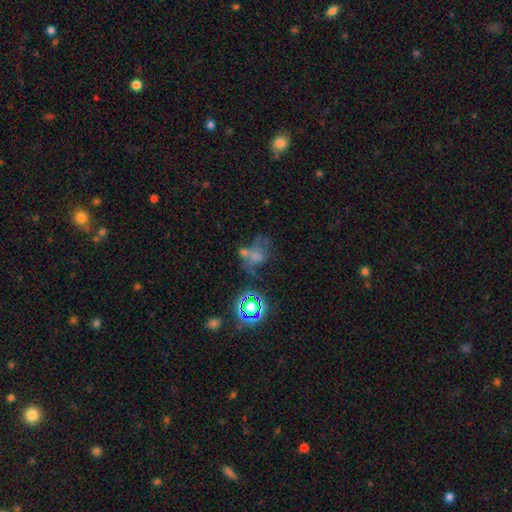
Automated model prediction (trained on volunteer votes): Smooth or featured? smooth (44%)
Merging? none (30%)